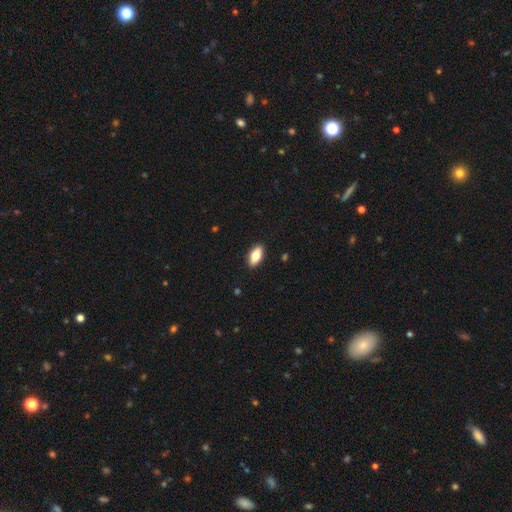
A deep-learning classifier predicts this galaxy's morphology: smooth-or-featured: smooth: 74% | featured or disk: 19% | star or artifact: 7%
  how-rounded: in between: 86% | cigar-shaped: 11% | round: 3%
  merging: none: 90% | minor disturbance: 8% | major disturbance: 2% | merger: 1%